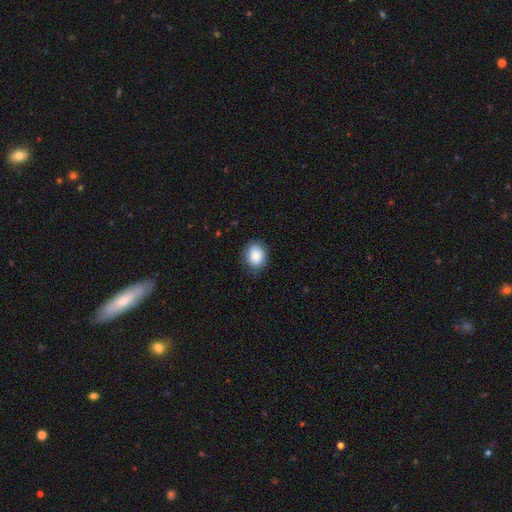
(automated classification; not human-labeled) smooth 85%, star or artifact 8%, featured or disk 7%. Down the decision tree: how rounded — round (55%); merging — none (81%).